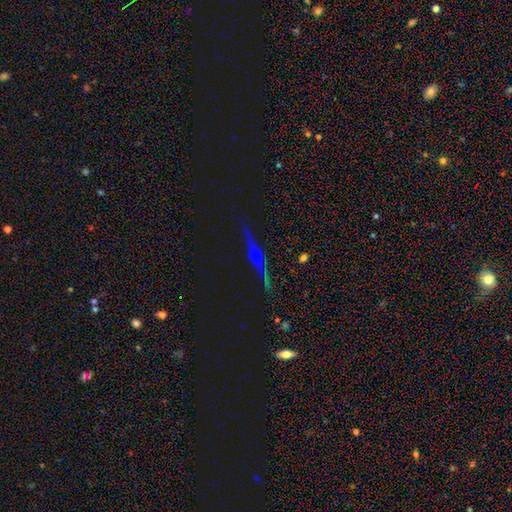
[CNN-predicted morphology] This appears to be a featured or disk galaxy (66%) viewed edge-on (93%) with a rounded central bulge (75%). Merging: none (84%).